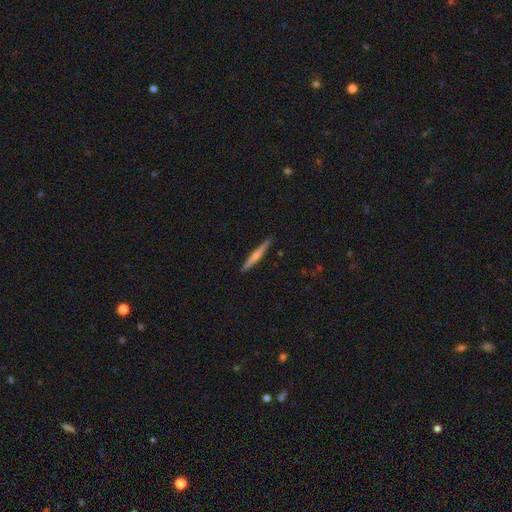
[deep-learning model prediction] Morphology: type=featured or disk (63%); edge-on=yes (98%); edge-on bulge=rounded (74%); merging=none (92%).